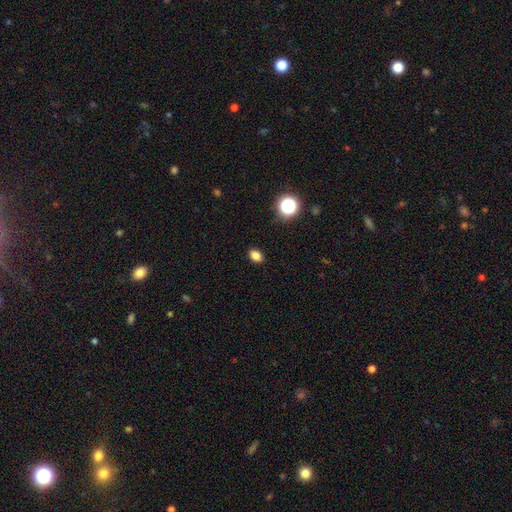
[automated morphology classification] Smooth or featured?
  - smooth: 82% *
  - star or artifact: 14%
  - featured or disk: 4%
How rounded?
  - in between: 72% *
  - round: 26%
  - cigar-shaped: 1%
Merging?
  - none: 89% *
  - minor disturbance: 8%
  - major disturbance: 2%
  - merger: 1%